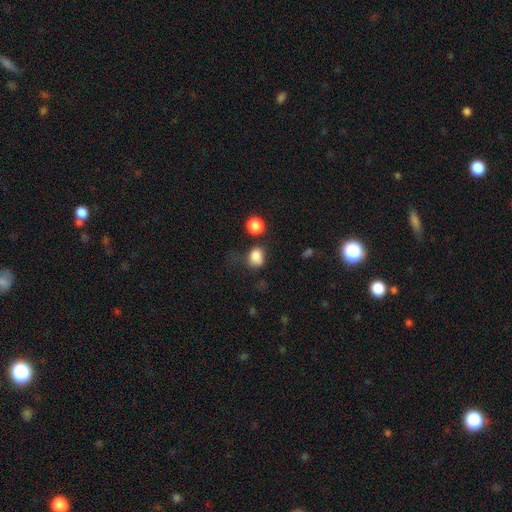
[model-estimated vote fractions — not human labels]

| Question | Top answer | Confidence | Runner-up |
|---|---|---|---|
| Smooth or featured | smooth | 82% | star or artifact (12%) |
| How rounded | round | 56% | in between (43%) |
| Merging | none | 48% | minor disturbance (26%) |